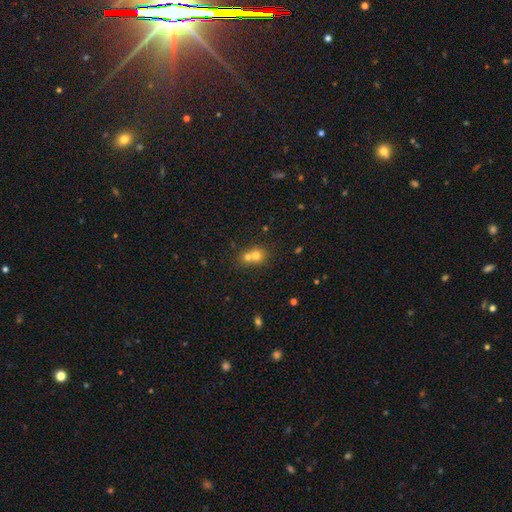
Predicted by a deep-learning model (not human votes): Overall: smooth (70%). How rounded: round (79%). Merging: merger (57%; none 35%).